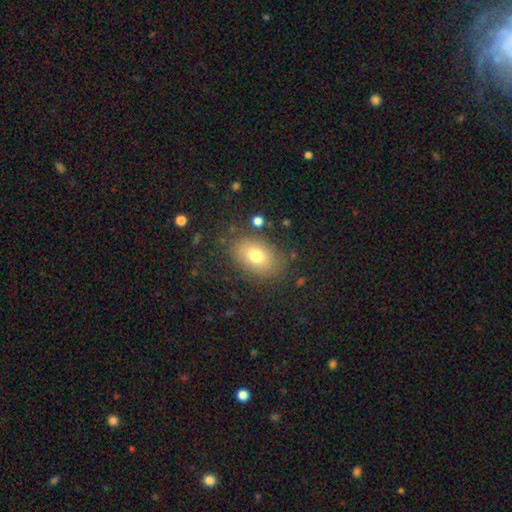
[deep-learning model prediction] This is likely a smooth galaxy (75%). How rounded: clearly in between (81%). Merging: clearly none (81%).